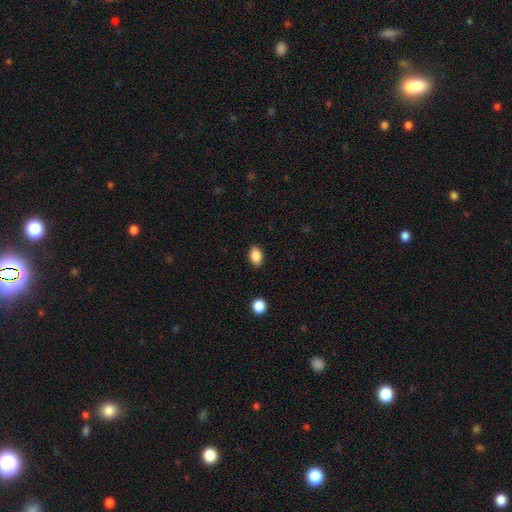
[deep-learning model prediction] Smooth or featured? Predicted: smooth (p=0.87). How rounded? Predicted: in between (p=0.83). Merging? Predicted: none (p=0.87).